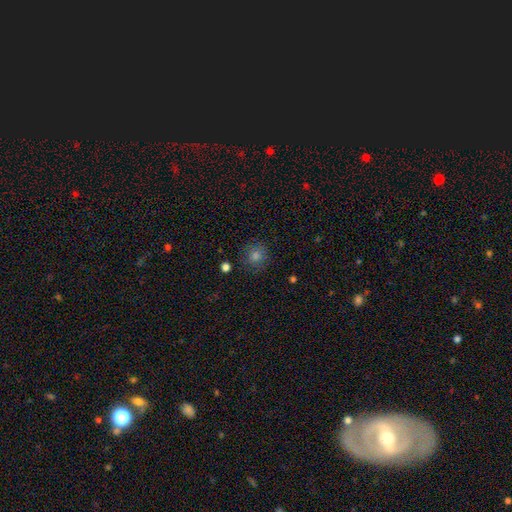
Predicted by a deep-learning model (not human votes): Q: Smooth or featured?
A: smooth (75%); runner-up: star or artifact (18%)
Q: How rounded?
A: round (92%); runner-up: in between (7%)
Q: Merging?
A: none (88%); runner-up: minor disturbance (8%)